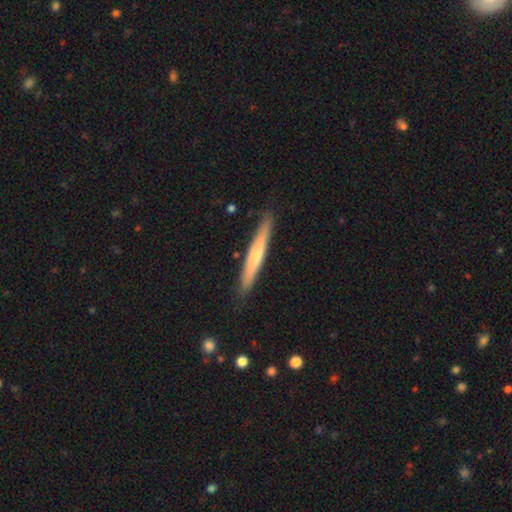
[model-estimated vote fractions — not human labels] A smooth galaxy with no disk features (52%) that is cigar-shaped (95%).

Vote fractions:
- Smooth or featured? smooth: 52% / featured or disk: 42% / star or artifact: 5%
- How rounded? cigar-shaped: 95% / in between: 4% / round: 1%
- Merging? none: 87% / minor disturbance: 10% / major disturbance: 2% / merger: 2%